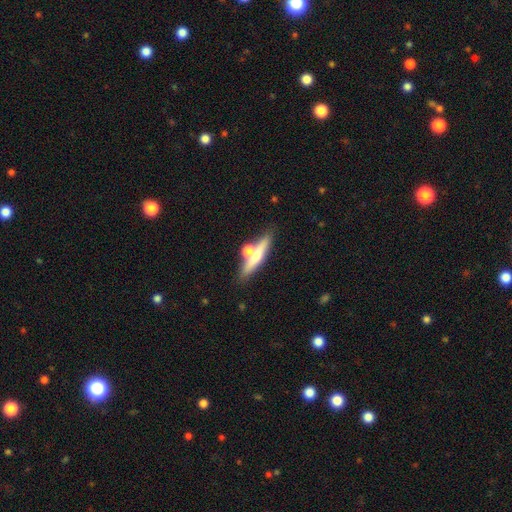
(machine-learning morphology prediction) smooth_or_featured: featured or disk (p=0.49) [alt: smooth p=0.43]
merging: none (p=0.60) [alt: merger p=0.24]